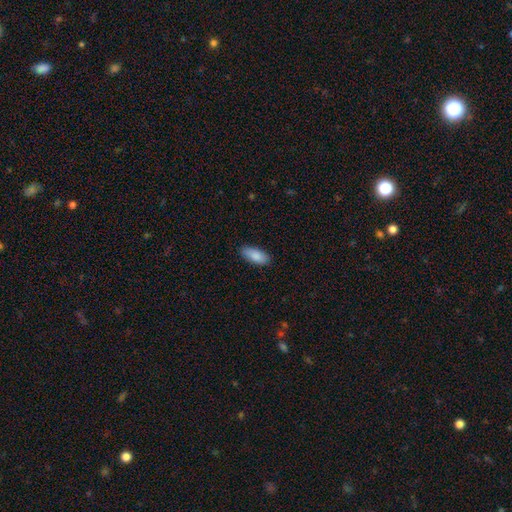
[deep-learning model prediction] Smooth or featured: smooth — 87% (featured or disk — 7%)
How rounded: in between — 82% (cigar-shaped — 16%)
Merging: none — 86% (minor disturbance — 11%)